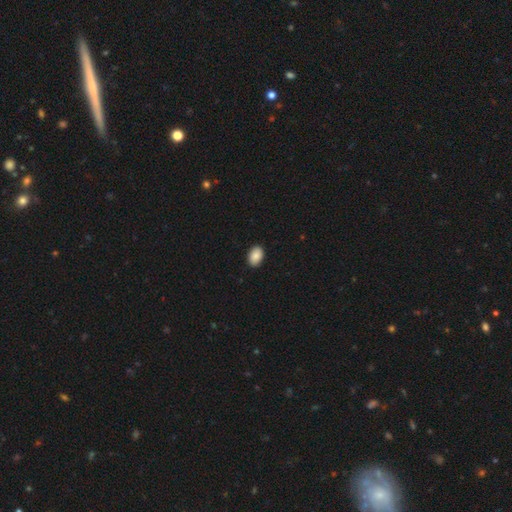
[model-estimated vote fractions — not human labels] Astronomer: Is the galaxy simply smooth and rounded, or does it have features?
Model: smooth — 89%.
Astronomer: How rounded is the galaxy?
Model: in between — 86%.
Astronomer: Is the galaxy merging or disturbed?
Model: none — 91%.